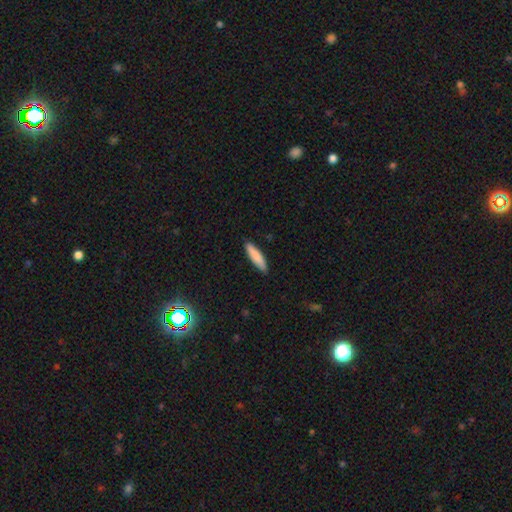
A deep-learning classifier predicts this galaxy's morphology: This is clearly a smooth galaxy (86%). How rounded: likely cigar-shaped (77%). Merging: clearly none (89%).